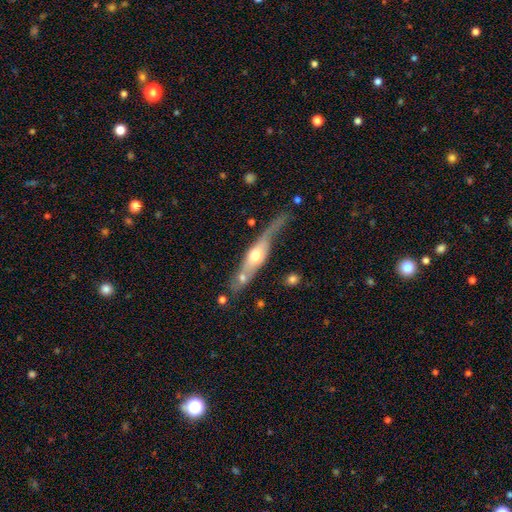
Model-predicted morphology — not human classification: A featured or disk galaxy (65%) viewed edge-on (78%) with a rounded central bulge (88%).

Vote fractions:
- Smooth or featured? featured or disk: 65% / smooth: 30% / star or artifact: 5%
- Edge-on disk? yes: 78% / no: 22%
- Edge-on bulge? rounded: 88% / boxy: 7% / none: 5%
- Merging? none: 46% / minor disturbance: 24% / merger: 16% / major disturbance: 14%